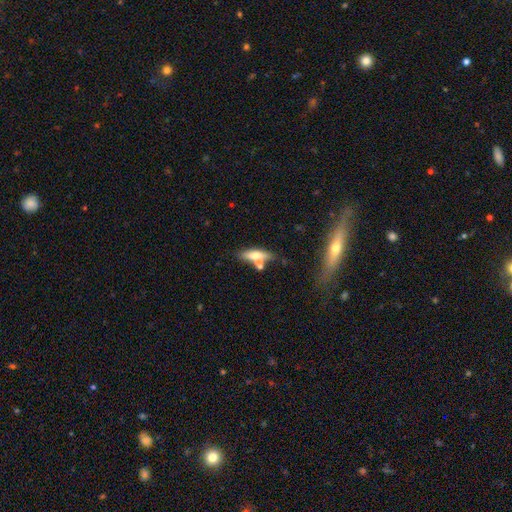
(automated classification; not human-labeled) Overall: smooth (59%; featured or disk 33%). How rounded: cigar-shaped (56%; in between 41%). Merging: none (50%; merger 30%).